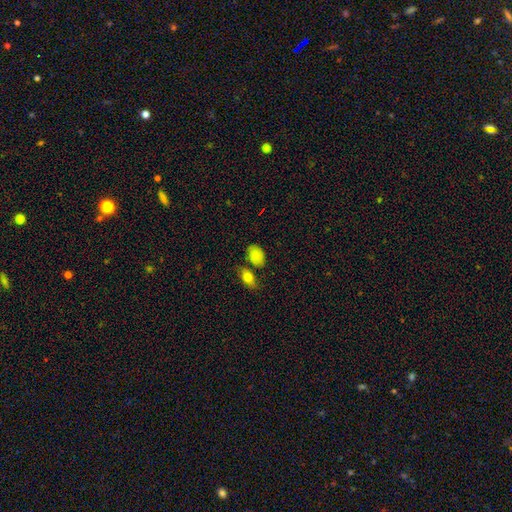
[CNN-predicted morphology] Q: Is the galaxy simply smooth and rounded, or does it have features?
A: smooth — 79%.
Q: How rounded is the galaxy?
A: in between — 79%.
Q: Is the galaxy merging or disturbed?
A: none — 62%.